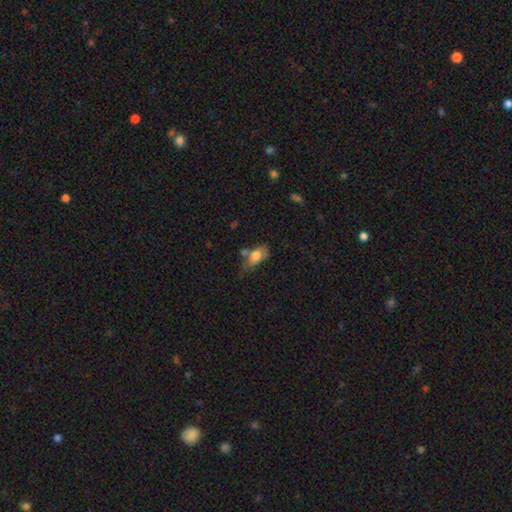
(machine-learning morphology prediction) smooth_or_featured: smooth (p=0.73) [alt: featured or disk p=0.20]
how_rounded: in between (p=0.85) [alt: cigar-shaped p=0.07]
merging: none (p=0.38) [alt: minor disturbance p=0.31]